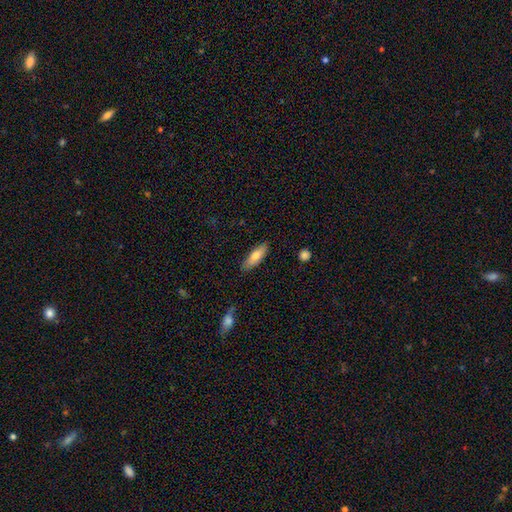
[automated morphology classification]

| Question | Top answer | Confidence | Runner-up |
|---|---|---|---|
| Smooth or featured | smooth | 74% | featured or disk (20%) |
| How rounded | in between | 51% | cigar-shaped (48%) |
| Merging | none | 85% | minor disturbance (11%) |